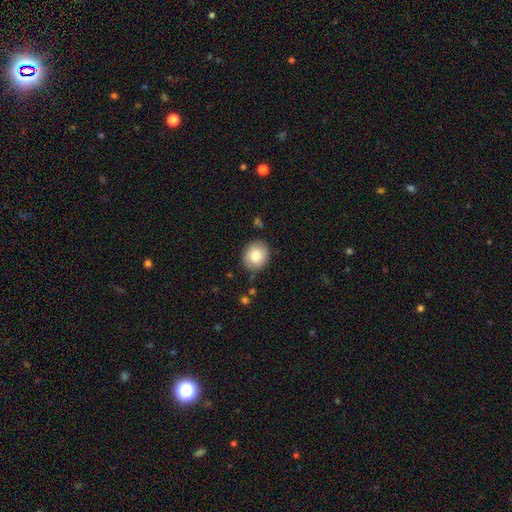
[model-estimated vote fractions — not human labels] Smooth or featured: smooth — 81% (featured or disk — 11%)
How rounded: round — 74% (in between — 25%)
Merging: none — 84% (minor disturbance — 11%)